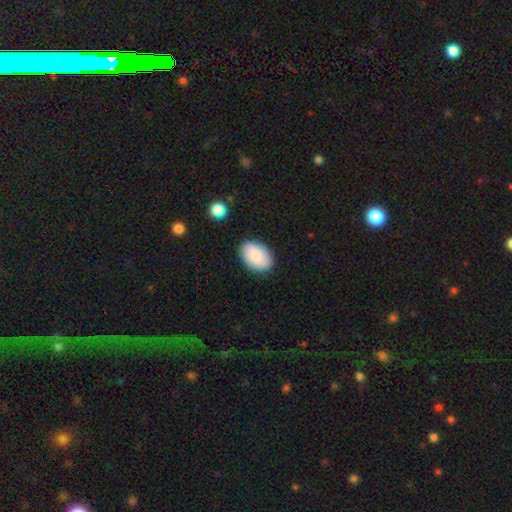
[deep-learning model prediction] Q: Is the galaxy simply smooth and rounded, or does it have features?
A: smooth — 68%.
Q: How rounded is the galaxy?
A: in between — 85%.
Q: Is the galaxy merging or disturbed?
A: none — 84%.